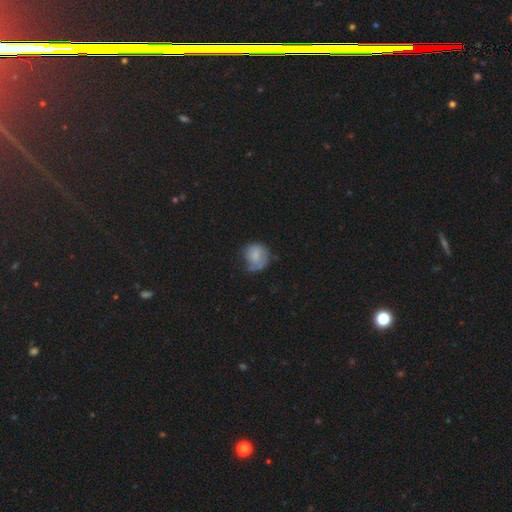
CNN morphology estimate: Q: Smooth or featured?
A: smooth (69%); runner-up: featured or disk (23%)
Q: How rounded?
A: round (77%); runner-up: in between (22%)
Q: Merging?
A: none (48%); runner-up: minor disturbance (32%)